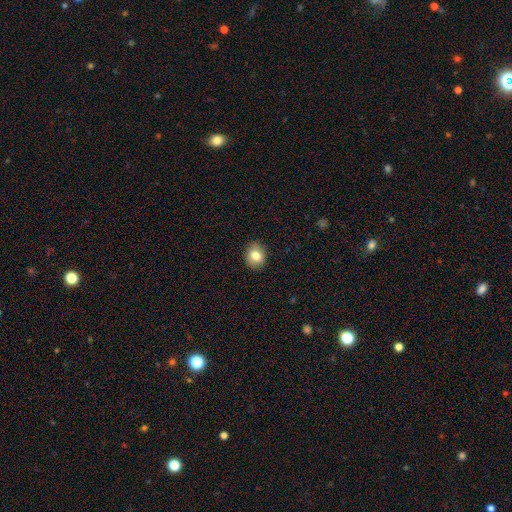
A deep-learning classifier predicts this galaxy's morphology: smooth 81%, featured or disk 10%, star or artifact 9%. Down the decision tree: how rounded — round (55%); merging — none (88%).